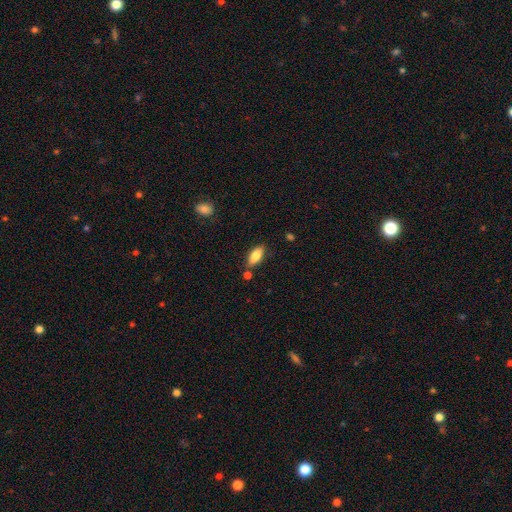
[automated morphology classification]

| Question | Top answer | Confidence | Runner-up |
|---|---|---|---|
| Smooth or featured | smooth | 82% | featured or disk (12%) |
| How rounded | in between | 83% | cigar-shaped (15%) |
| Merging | none | 79% | minor disturbance (12%) |